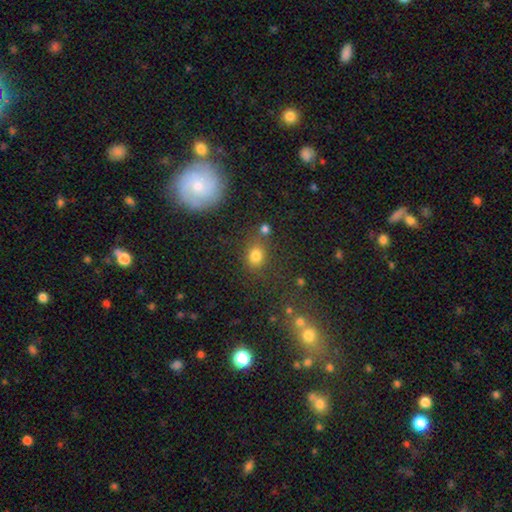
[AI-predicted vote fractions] The model was most divided on "how rounded": round: 59%, in between: 39%, cigar-shaped: 2%. More confident: smooth or featured — smooth (75%); merging — none (68%).